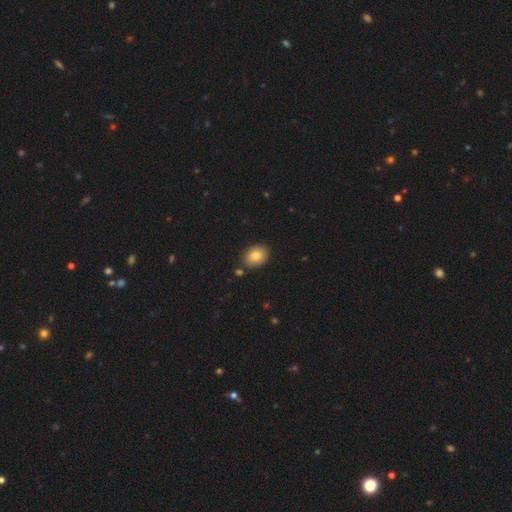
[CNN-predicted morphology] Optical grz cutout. It shows a smooth galaxy with no disk features (83%) that is in between round and cigar-shaped (57%). Merging: none (83%).